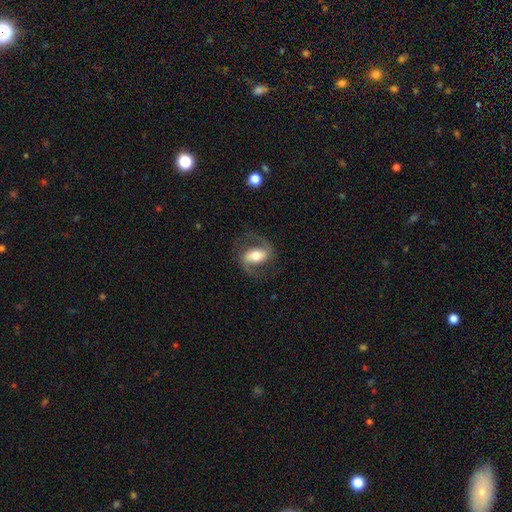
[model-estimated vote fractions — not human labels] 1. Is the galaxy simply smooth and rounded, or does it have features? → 80% featured or disk, 14% smooth, 6% star or artifact.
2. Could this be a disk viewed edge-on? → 96% no, 4% yes.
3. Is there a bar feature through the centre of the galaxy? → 46% strong, 34% weak, 20% no.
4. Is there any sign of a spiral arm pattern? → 93% yes, 7% no.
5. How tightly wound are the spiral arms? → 53% medium, 33% loose, 14% tight.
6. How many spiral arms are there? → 92% 2, 3% 1, 3% can't tell, 1% 3, 1% 4, 1% more than 4.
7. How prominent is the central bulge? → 64% moderate, 18% large, 14% small, 2% dominant, 1% none.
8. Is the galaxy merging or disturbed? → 77% none, 13% minor disturbance, 9% major disturbance, 1% merger.